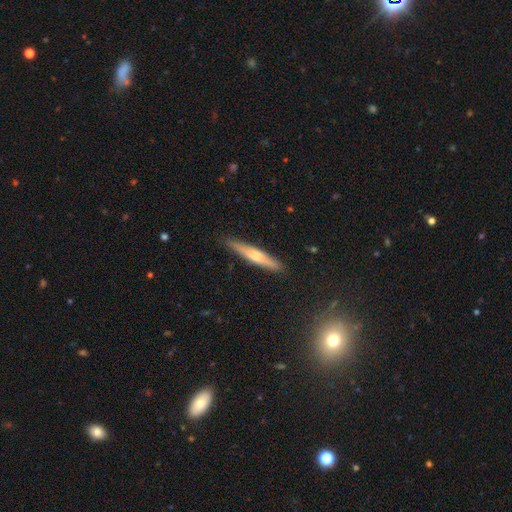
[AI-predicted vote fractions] featured or disk 48%, smooth 46%, star or artifact 6%. Down the decision tree: merging — none (88%).